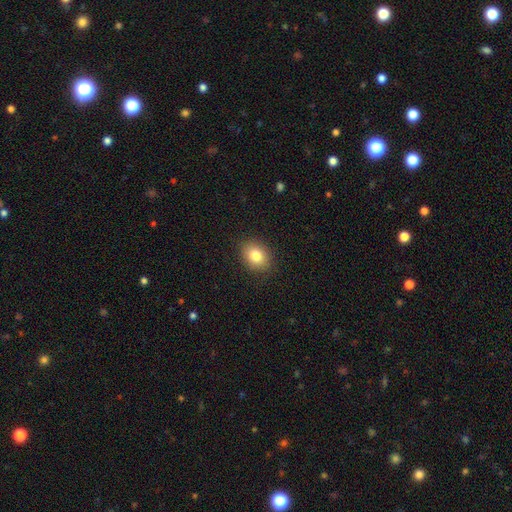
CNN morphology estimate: This appears to be a smooth galaxy with no disk features (82%) that is in between round and cigar-shaped (56%). Merging: none (88%).